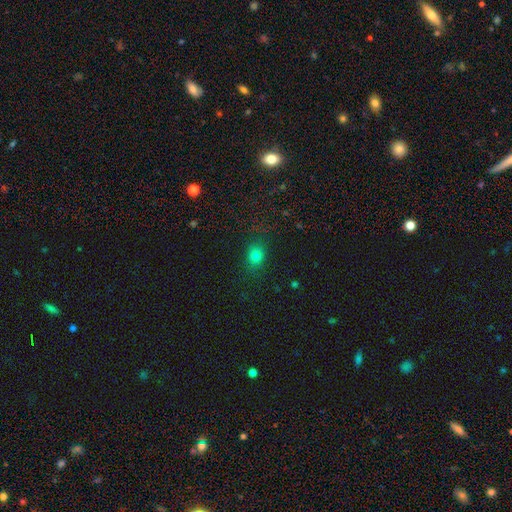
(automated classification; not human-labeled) A smooth galaxy with no disk features (78%) that is round (55%).

Vote fractions:
- Smooth or featured? smooth: 78% / star or artifact: 15% / featured or disk: 7%
- How rounded? round: 55% / in between: 43% / cigar-shaped: 2%
- Merging? none: 84% / minor disturbance: 11% / major disturbance: 4% / merger: 1%